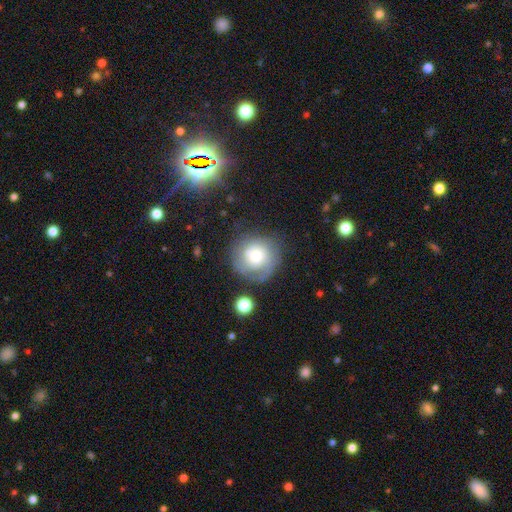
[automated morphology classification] Smooth or featured? smooth (55%)
How rounded? round (91%)
Merging? none (64%)